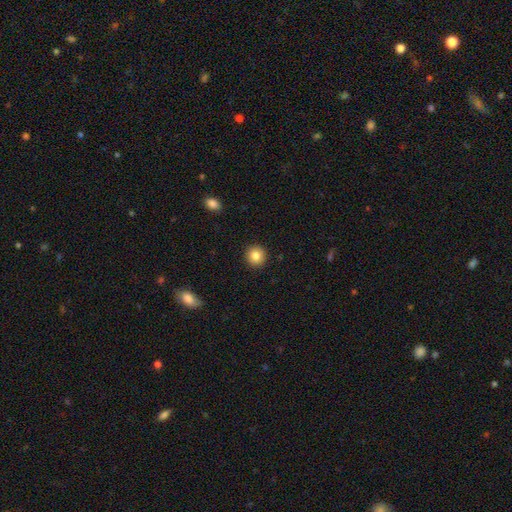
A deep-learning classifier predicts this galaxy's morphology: Overall: smooth (85%). How rounded: round (92%). Merging: none (93%).